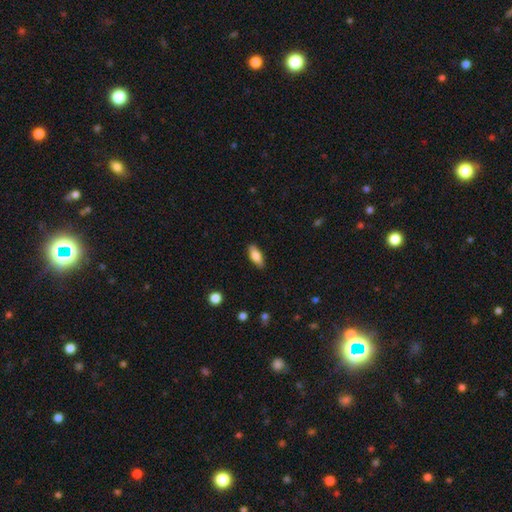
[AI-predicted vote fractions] Smooth or featured?
  - smooth: 76% *
  - featured or disk: 17%
  - star or artifact: 6%
How rounded?
  - in between: 73% *
  - cigar-shaped: 24%
  - round: 2%
Merging?
  - none: 87% *
  - minor disturbance: 10%
  - major disturbance: 2%
  - merger: 1%